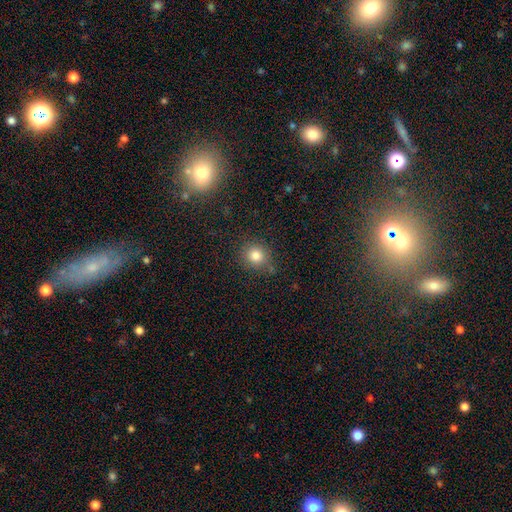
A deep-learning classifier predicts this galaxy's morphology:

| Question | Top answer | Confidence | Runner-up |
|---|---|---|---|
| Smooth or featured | smooth | 81% | star or artifact (12%) |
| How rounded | round | 85% | in between (14%) |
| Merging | none | 79% | minor disturbance (14%) |